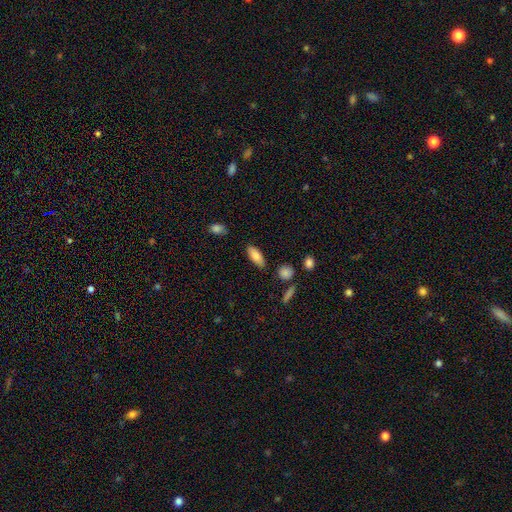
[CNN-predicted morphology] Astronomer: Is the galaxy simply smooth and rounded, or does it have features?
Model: smooth — 82%.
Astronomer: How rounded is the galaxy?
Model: in between — 76%.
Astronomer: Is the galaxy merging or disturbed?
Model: none — 83%.